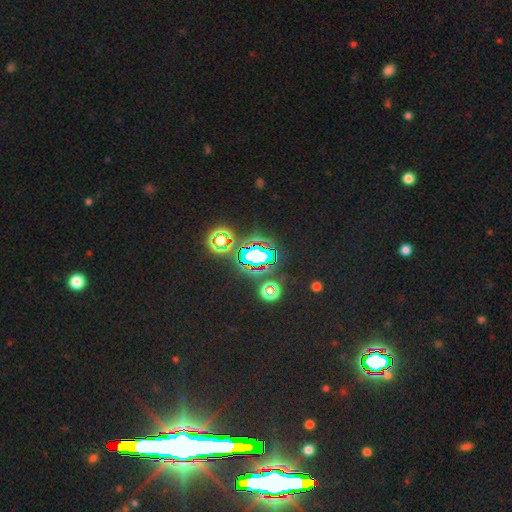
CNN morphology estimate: The model was most divided on "smooth or featured": star or artifact: 71%, smooth: 18%, featured or disk: 12%.